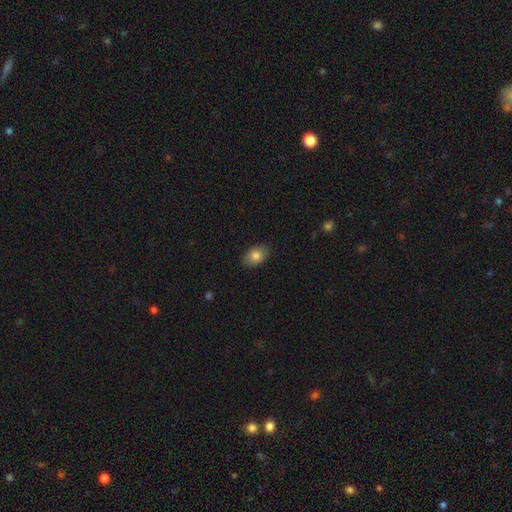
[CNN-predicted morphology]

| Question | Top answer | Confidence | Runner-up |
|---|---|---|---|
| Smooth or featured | smooth | 84% | featured or disk (8%) |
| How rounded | in between | 85% | round (14%) |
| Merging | none | 86% | minor disturbance (11%) |